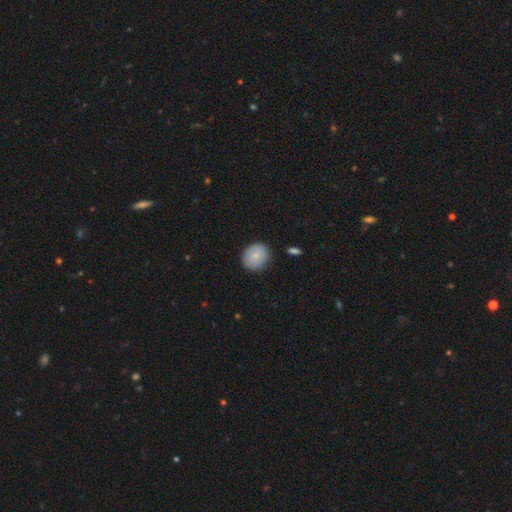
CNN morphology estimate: Smooth or featured?
  - smooth: 79% *
  - featured or disk: 14%
  - star or artifact: 7%
How rounded?
  - round: 78% *
  - in between: 21%
  - cigar-shaped: 1%
Merging?
  - none: 86% *
  - minor disturbance: 10%
  - major disturbance: 2%
  - merger: 1%